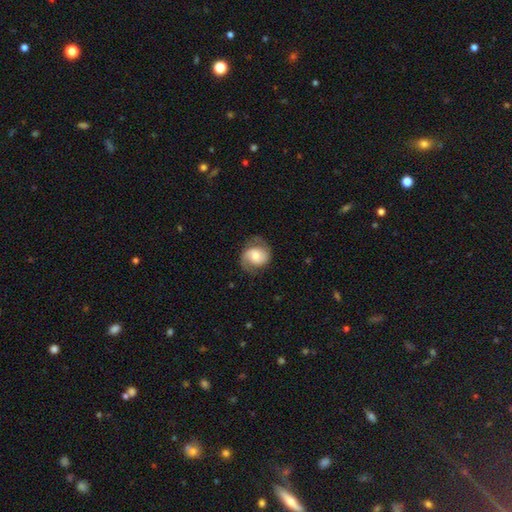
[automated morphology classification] Overall: featured or disk (67%). Edge-on disk: no (98%). Bar: no (60%; weak 31%). Spiral arms: yes (92%). Spiral arm count: 2 (86%). Spiral winding: medium (46%; tight 28%). Bulge size: moderate (51%; small 26%). Merging: none (70%).